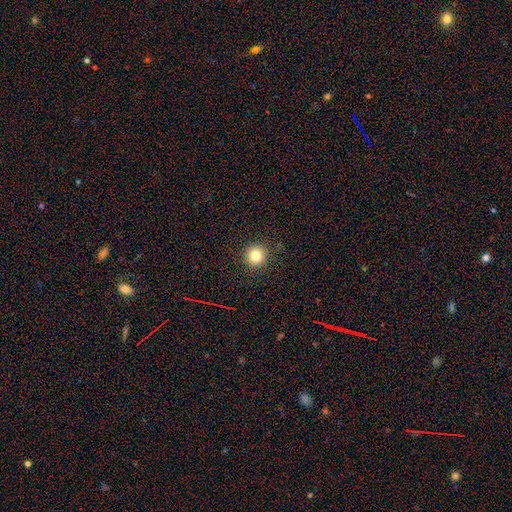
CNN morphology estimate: Overall: smooth (80%). How rounded: round (94%). Merging: none (90%).